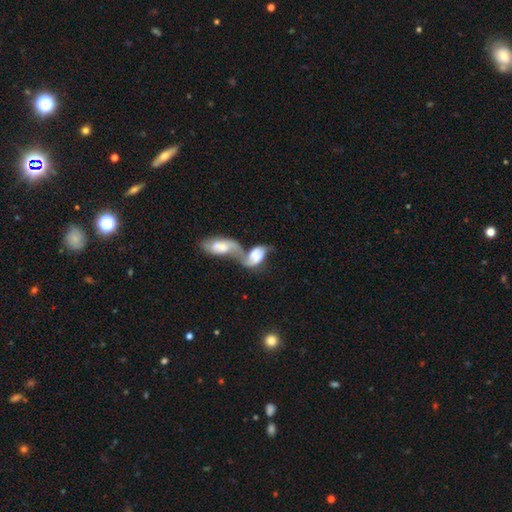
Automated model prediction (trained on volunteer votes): Smooth or featured? smooth (50%)
How rounded? in between (89%)
Merging? merger (79%)